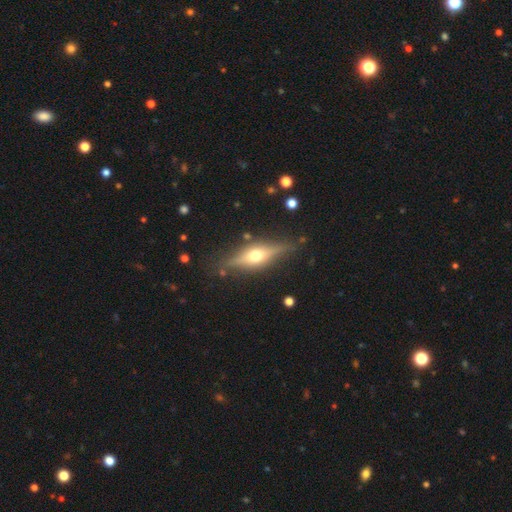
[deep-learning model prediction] Overall: featured or disk (65%; smooth 28%). Edge-on disk: yes (92%). Edge-on bulge: rounded (93%). Merging: none (82%).